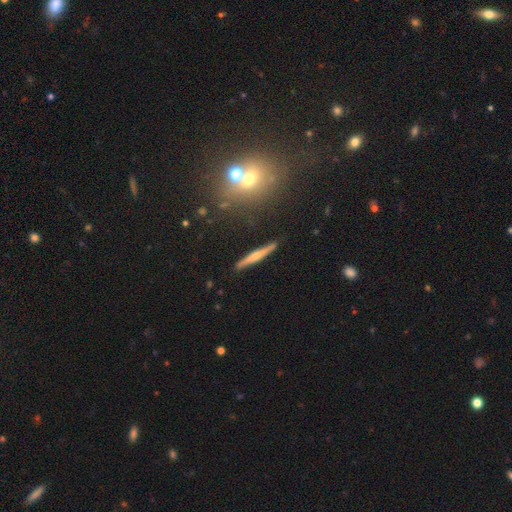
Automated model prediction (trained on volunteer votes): featured or disk 56%, smooth 37%, star or artifact 7%. Down the decision tree: edge-on disk — yes (95%); edge-on bulge — rounded (73%); merging — none (88%).